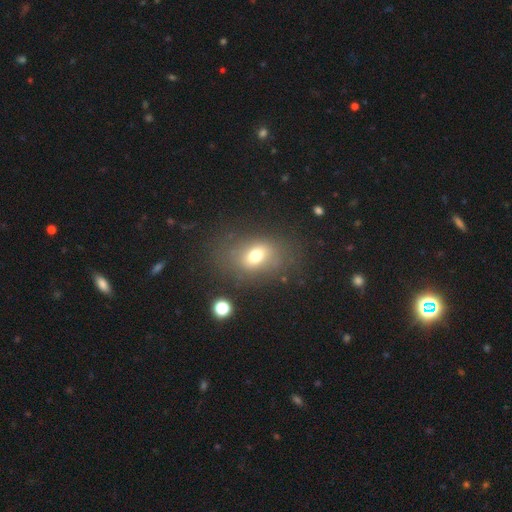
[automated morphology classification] Smooth or featured? Predicted: smooth (p=0.67). How rounded? Predicted: in between (p=0.68). Merging? Predicted: none (p=0.70).